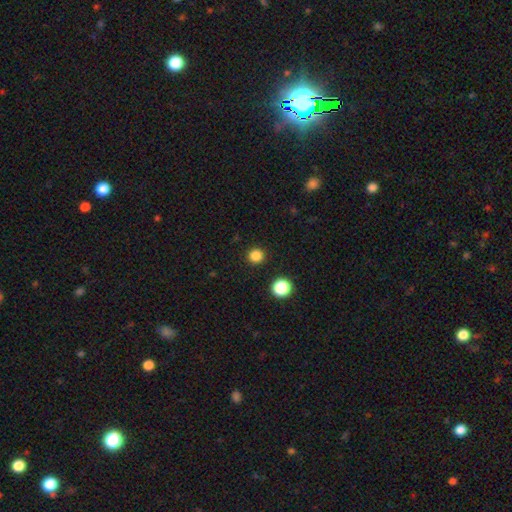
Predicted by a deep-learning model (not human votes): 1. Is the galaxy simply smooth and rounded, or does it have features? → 84% smooth, 13% star or artifact, 3% featured or disk.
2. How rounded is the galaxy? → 94% round, 5% in between, 1% cigar-shaped.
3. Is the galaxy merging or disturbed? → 93% none, 4% minor disturbance, 2% major disturbance, 1% merger.